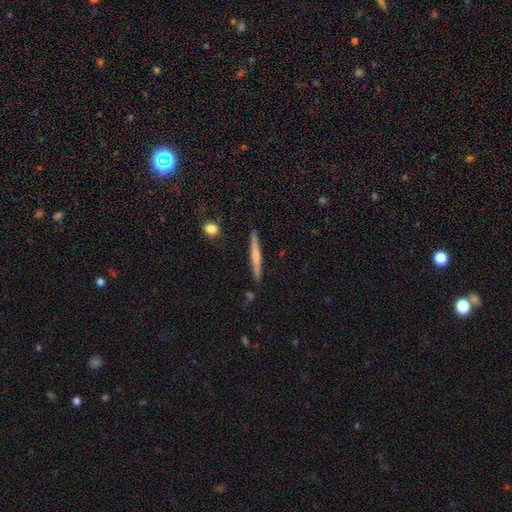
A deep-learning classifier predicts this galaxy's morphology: smooth-or-featured: smooth: 48% | featured or disk: 46% | star or artifact: 6%
  merging: none: 89% | minor disturbance: 7% | merger: 2% | major disturbance: 1%